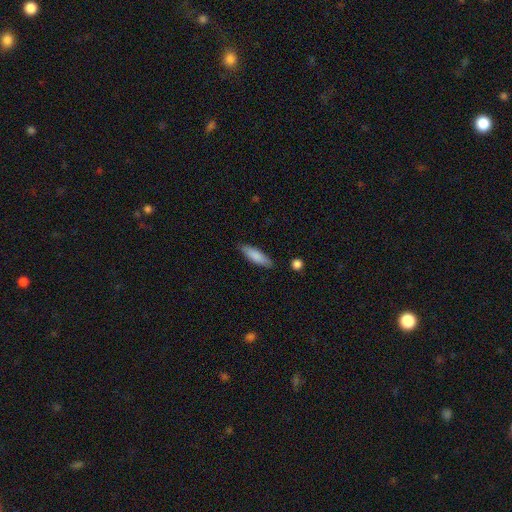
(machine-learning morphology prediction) Smooth or featured: smooth — 83% (featured or disk — 11%)
How rounded: cigar-shaped — 59% (in between — 39%)
Merging: none — 85% (minor disturbance — 11%)